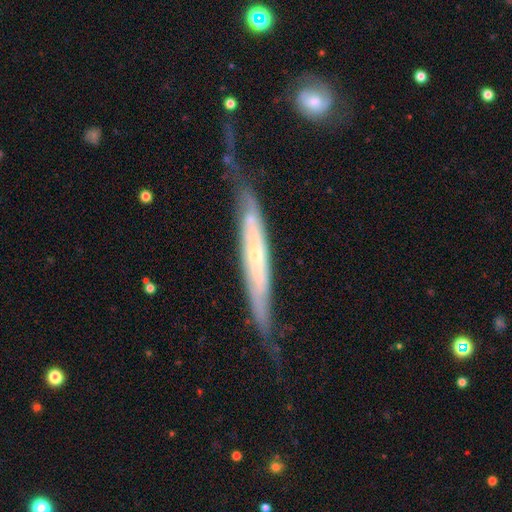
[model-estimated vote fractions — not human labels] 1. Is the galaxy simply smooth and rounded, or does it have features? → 74% featured or disk, 20% smooth, 6% star or artifact.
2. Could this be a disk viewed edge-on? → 67% yes, 33% no.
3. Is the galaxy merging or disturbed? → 54% none, 26% minor disturbance, 16% major disturbance, 4% merger.